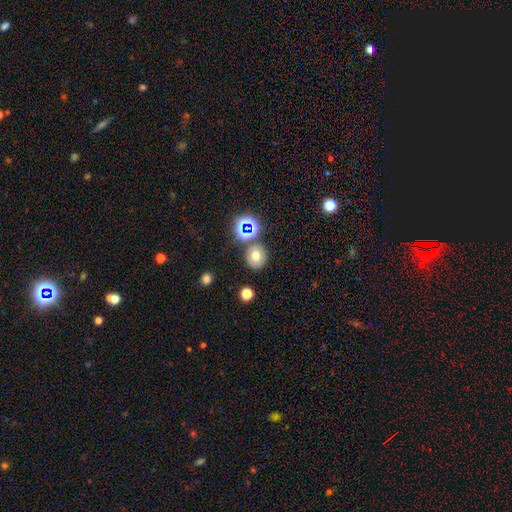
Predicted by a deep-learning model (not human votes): Q: Smooth or featured?
A: smooth (67%); runner-up: star or artifact (20%)
Q: How rounded?
A: round (76%); runner-up: in between (23%)
Q: Merging?
A: none (79%); runner-up: minor disturbance (9%)